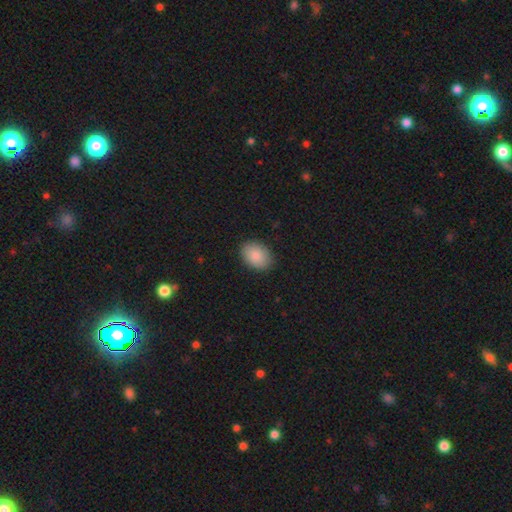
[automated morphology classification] A smooth galaxy with no disk features (86%) that is in between round and cigar-shaped (72%). Merging: none (88%).